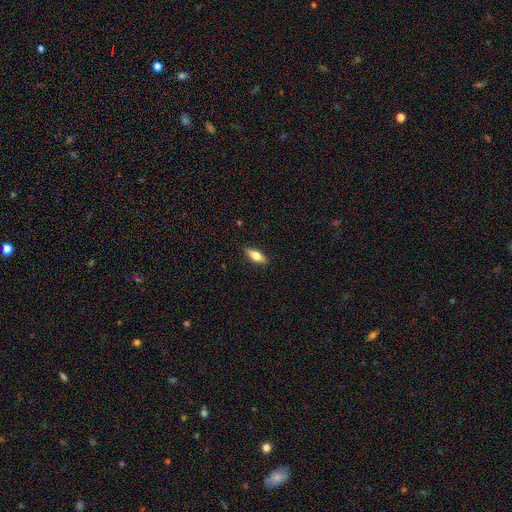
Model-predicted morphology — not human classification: Smooth or featured? Predicted: smooth (p=0.56). How rounded? Predicted: in between (p=0.62). Merging? Predicted: none (p=0.88).